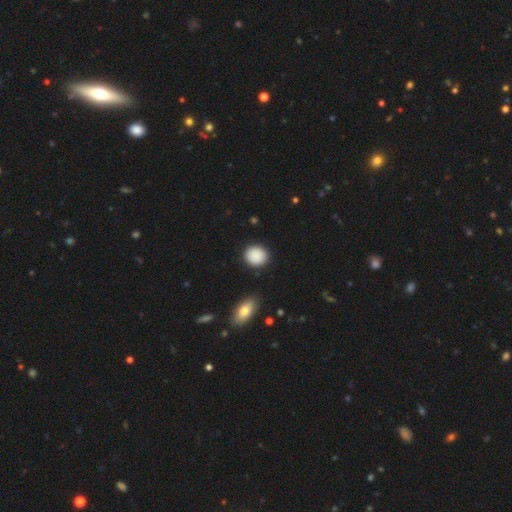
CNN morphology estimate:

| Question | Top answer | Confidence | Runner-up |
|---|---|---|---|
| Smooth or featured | smooth | 89% | star or artifact (7%) |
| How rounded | round | 74% | in between (24%) |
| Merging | none | 88% | minor disturbance (8%) |